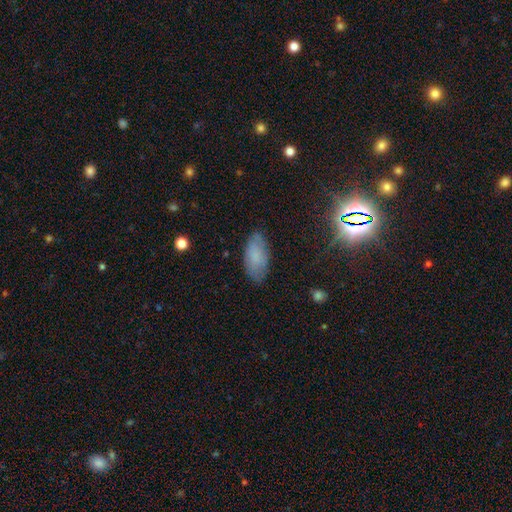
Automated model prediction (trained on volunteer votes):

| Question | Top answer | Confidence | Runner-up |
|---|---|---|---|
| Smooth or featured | smooth | 74% | featured or disk (16%) |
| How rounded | in between | 93% | cigar-shaped (5%) |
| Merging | none | 78% | minor disturbance (17%) |